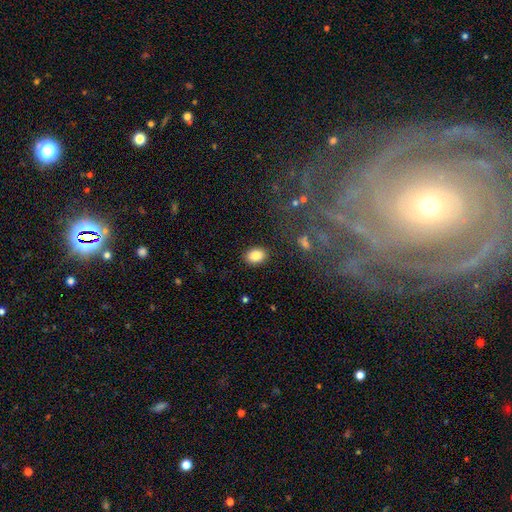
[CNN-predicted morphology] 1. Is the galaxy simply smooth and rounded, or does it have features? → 85% smooth, 8% star or artifact, 6% featured or disk.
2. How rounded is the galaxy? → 72% in between, 27% round, 1% cigar-shaped.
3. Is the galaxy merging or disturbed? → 88% none, 8% minor disturbance, 3% major disturbance, 2% merger.